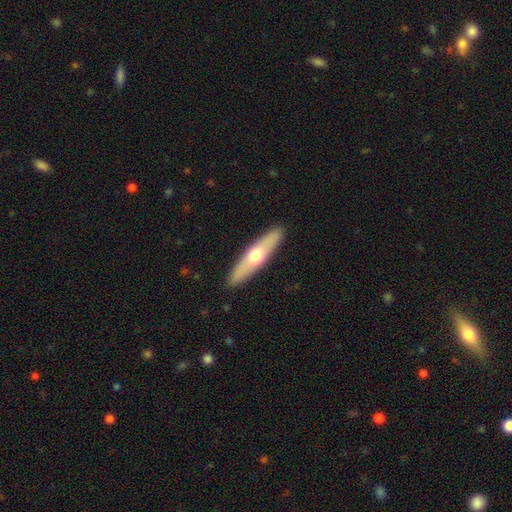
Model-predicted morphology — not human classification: A featured or disk galaxy (48%). Merging: none (90%).